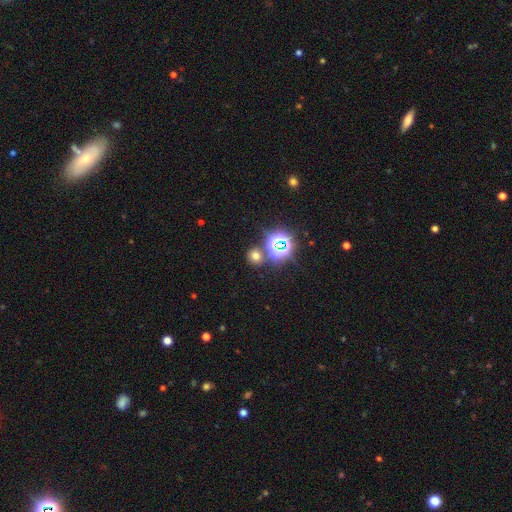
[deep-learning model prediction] Smooth or featured: smooth — 58% (star or artifact — 34%)
How rounded: round — 82% (in between — 17%)
Merging: none — 78% (merger — 11%)